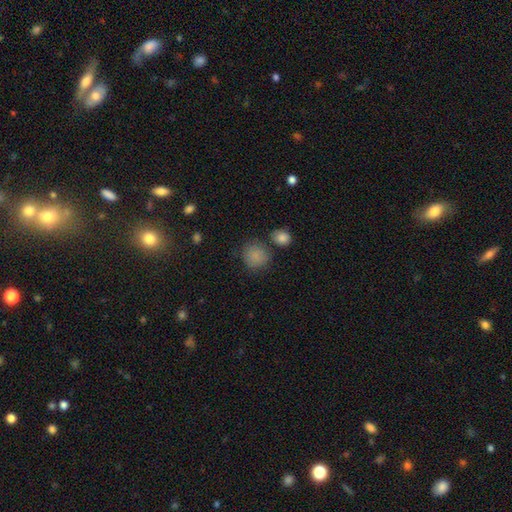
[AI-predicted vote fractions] Smooth or featured: smooth — 85% (star or artifact — 10%)
How rounded: round — 87% (in between — 12%)
Merging: none — 73% (minor disturbance — 14%)